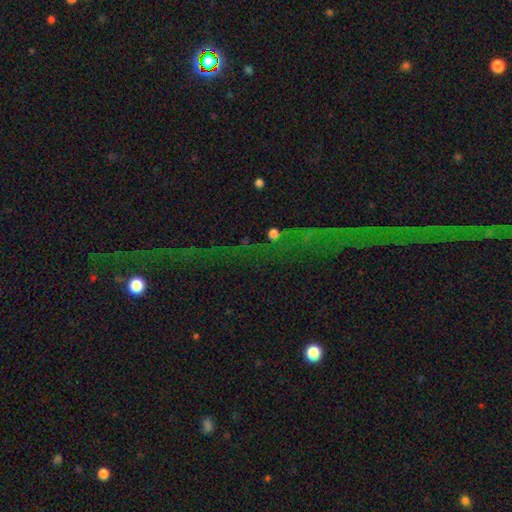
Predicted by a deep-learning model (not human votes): Smooth or featured: star or artifact — 76% (featured or disk — 14%)